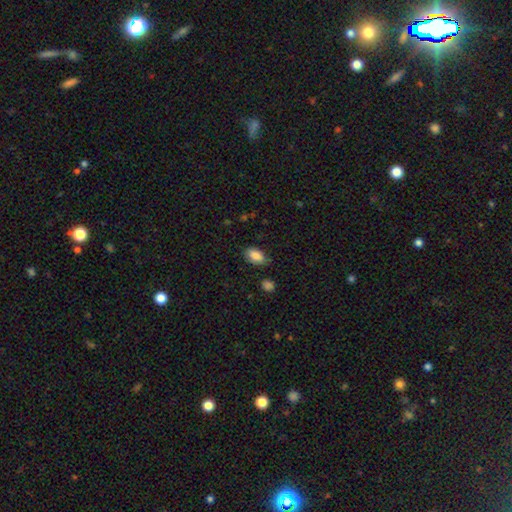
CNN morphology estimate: type=smooth (86%); roundness=in between (91%); merging=none (73%).